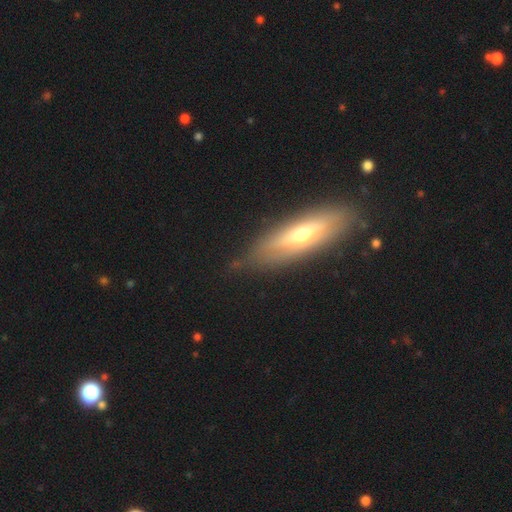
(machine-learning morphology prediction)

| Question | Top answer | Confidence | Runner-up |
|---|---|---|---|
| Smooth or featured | featured or disk | 52% | smooth (37%) |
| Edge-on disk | yes | 57% | no (43%) |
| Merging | none | 82% | minor disturbance (13%) |